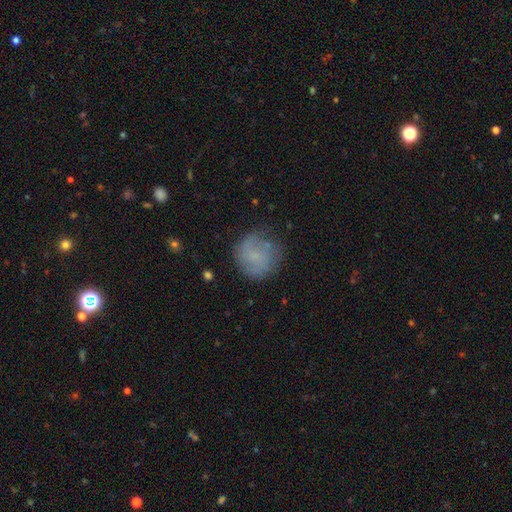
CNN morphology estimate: Smooth or featured? Predicted: smooth (p=0.54). How rounded? Predicted: round (p=0.89). Merging? Predicted: none (p=0.69).